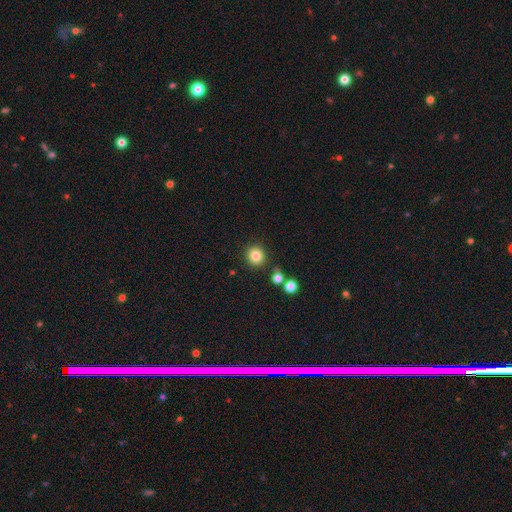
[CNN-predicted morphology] Smooth or featured?
  - smooth: 84% *
  - star or artifact: 11%
  - featured or disk: 5%
How rounded?
  - round: 90% *
  - in between: 9%
  - cigar-shaped: 1%
Merging?
  - none: 86% *
  - minor disturbance: 7%
  - merger: 4%
  - major disturbance: 2%